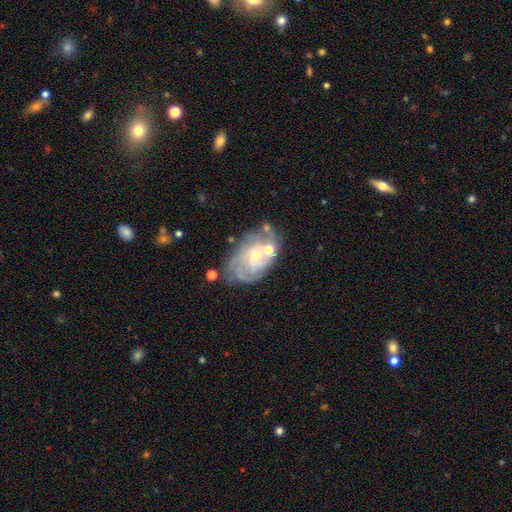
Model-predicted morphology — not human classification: The model was most divided on "spiral arm count": can't tell: 42%, 3: 16%, 4: 14%, 2: 14%, more than 4: 8%, 1: 5%. More confident: edge-on disk — no (96%); spiral arms — yes (89%); smooth or featured — featured or disk (78%); bar — no (72%); spiral winding — tight (65%); bulge size — small (65%); merging — none (61%).